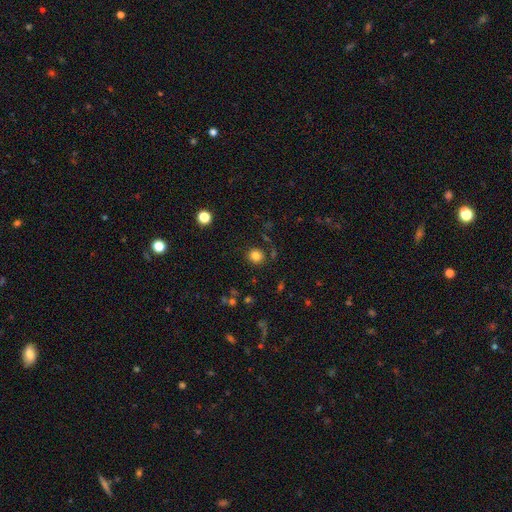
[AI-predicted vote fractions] smooth_or_featured: smooth (p=0.82) [alt: star or artifact p=0.13]
how_rounded: round (p=0.88) [alt: in between p=0.11]
merging: none (p=0.85) [alt: minor disturbance p=0.08]